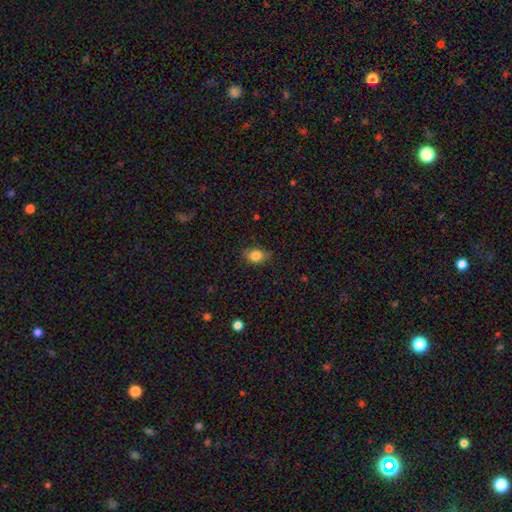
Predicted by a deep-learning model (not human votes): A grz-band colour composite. It shows a smooth galaxy with no disk features (82%) that is in between round and cigar-shaped (67%). Merging: none (75%).